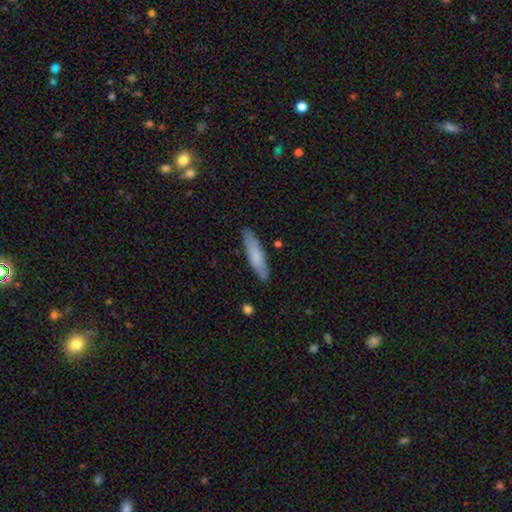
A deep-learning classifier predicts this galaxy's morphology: A smooth galaxy with no disk features (74%) that is cigar-shaped (79%). Merging: none (85%).